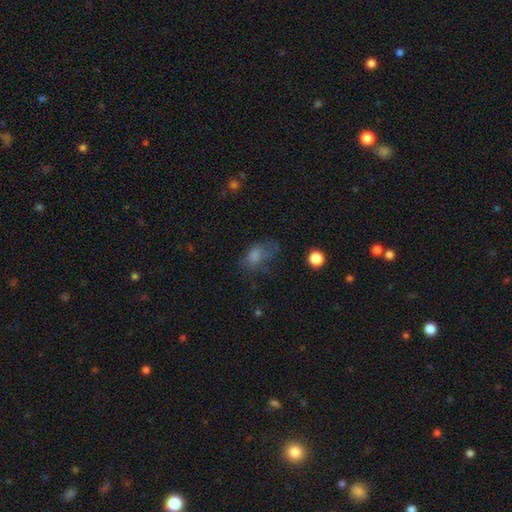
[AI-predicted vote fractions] smooth-or-featured: smooth: 65% | featured or disk: 21% | star or artifact: 14%
  how-rounded: in between: 80% | round: 18% | cigar-shaped: 2%
  merging: none: 36% | major disturbance: 35% | minor disturbance: 26% | merger: 3%